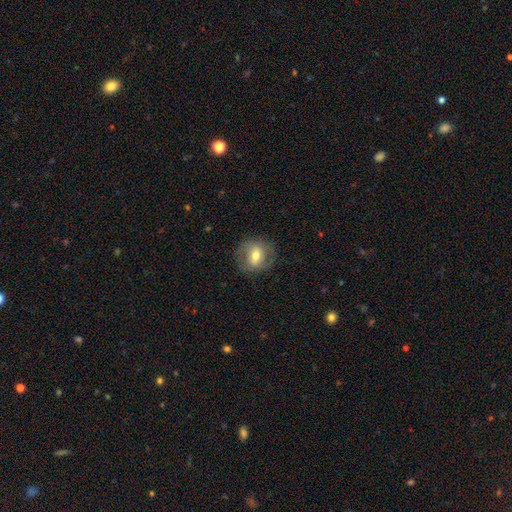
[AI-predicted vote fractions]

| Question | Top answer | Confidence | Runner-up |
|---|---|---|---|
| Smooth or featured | smooth | 52% | featured or disk (40%) |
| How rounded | round | 75% | in between (24%) |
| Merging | none | 79% | minor disturbance (14%) |